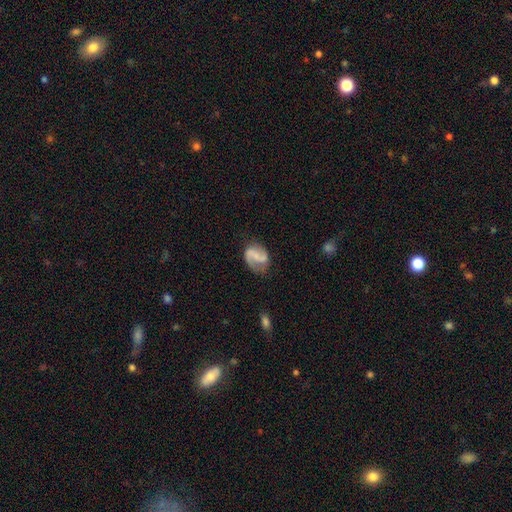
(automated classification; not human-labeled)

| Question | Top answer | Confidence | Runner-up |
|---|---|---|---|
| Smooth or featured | featured or disk | 71% | smooth (22%) |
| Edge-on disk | no | 98% | yes (2%) |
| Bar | weak | 43% | no (34%) |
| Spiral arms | yes | 92% | no (8%) |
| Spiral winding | loose | 43% | medium (42%) |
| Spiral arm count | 2 | 87% | 1 (5%) |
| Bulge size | small | 41% | tied: none (41%) |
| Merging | none | 68% | minor disturbance (21%) |